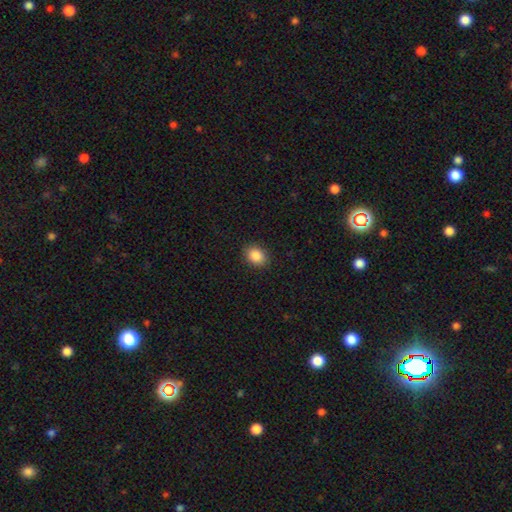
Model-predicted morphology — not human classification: Smooth or featured?
  - smooth: 87% *
  - star or artifact: 9%
  - featured or disk: 5%
How rounded?
  - in between: 62% *
  - round: 37%
  - cigar-shaped: 1%
Merging?
  - none: 90% *
  - minor disturbance: 7%
  - major disturbance: 2%
  - merger: 1%